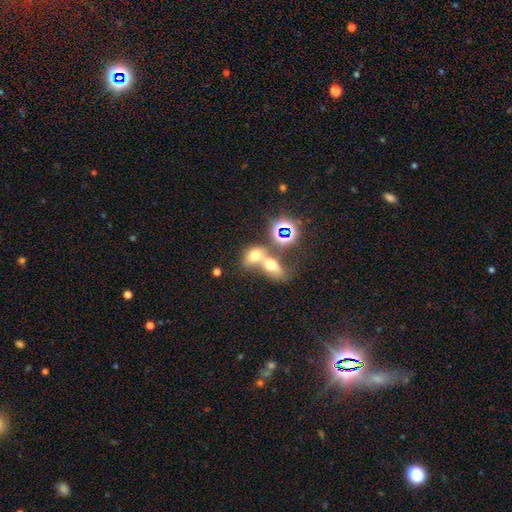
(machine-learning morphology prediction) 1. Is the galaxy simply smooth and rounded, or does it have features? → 62% smooth, 19% star or artifact, 18% featured or disk.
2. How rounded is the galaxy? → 61% in between, 37% round, 2% cigar-shaped.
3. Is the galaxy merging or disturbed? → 62% merger, 25% none, 7% minor disturbance, 5% major disturbance.